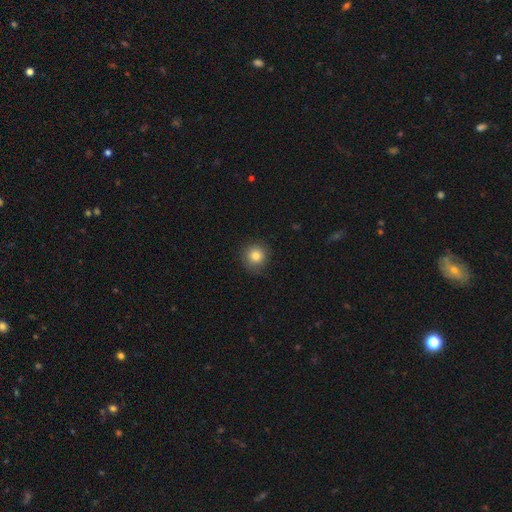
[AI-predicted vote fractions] This appears to be a smooth galaxy with no disk features (81%) that is round (94%). Merging: none (85%).